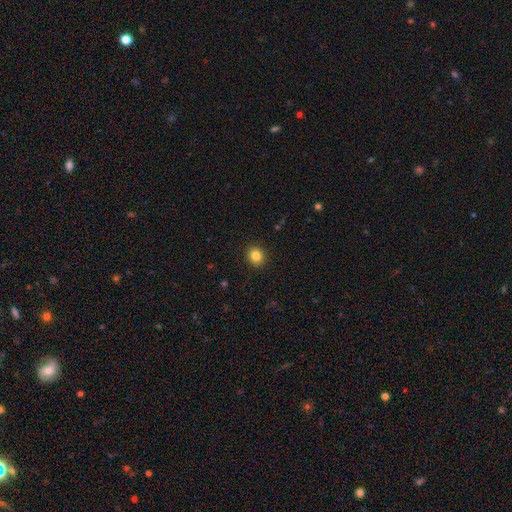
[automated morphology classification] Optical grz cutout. It shows a smooth galaxy with no disk features (84%) that is round (78%). Merging: none (92%).